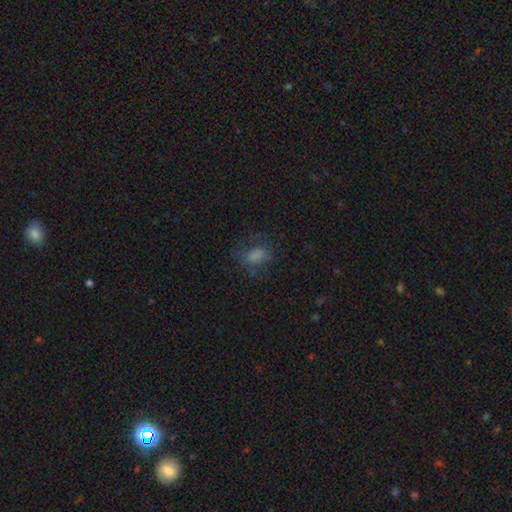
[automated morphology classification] Smooth or featured? smooth (64%)
How rounded? in between (74%)
Merging? none (52%)